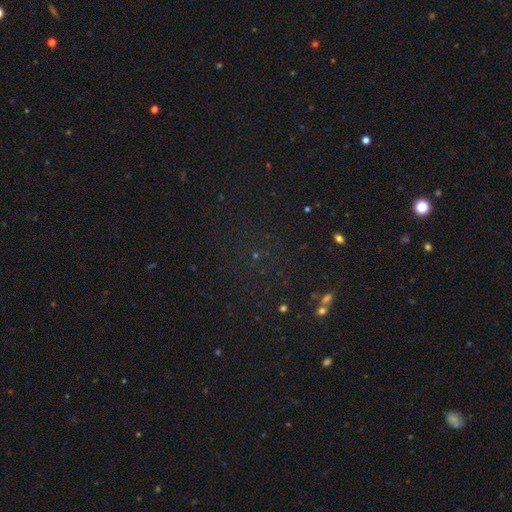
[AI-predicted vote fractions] smooth_or_featured: star or artifact (p=0.66) [alt: smooth p=0.23]